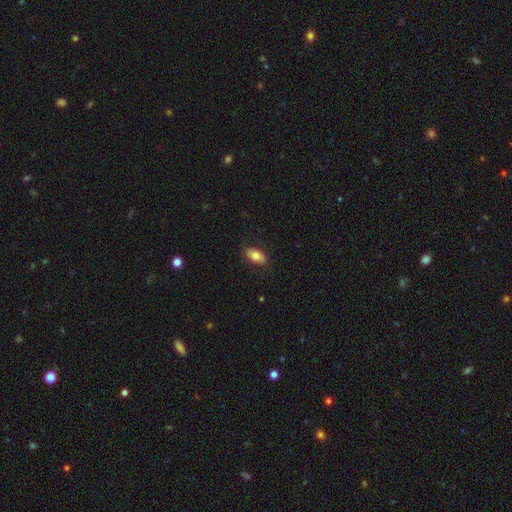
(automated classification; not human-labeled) A smooth galaxy with no disk features (79%) that is in between round and cigar-shaped (91%). Merging: none (85%).